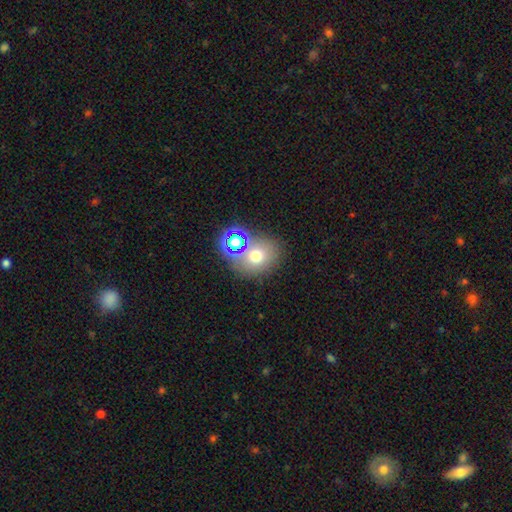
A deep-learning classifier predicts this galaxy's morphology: smooth-or-featured: smooth: 65% | star or artifact: 22% | featured or disk: 13%
  how-rounded: round: 61% | in between: 38% | cigar-shaped: 1%
  merging: none: 62% | merger: 22% | minor disturbance: 11% | major disturbance: 5%